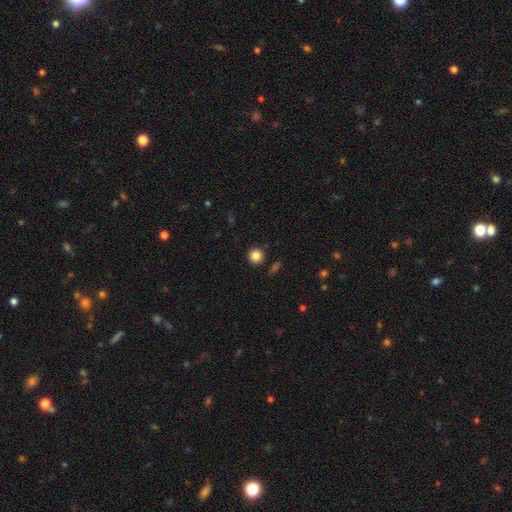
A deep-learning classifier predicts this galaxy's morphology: Smooth or featured? smooth (85%)
How rounded? round (93%)
Merging? none (90%)